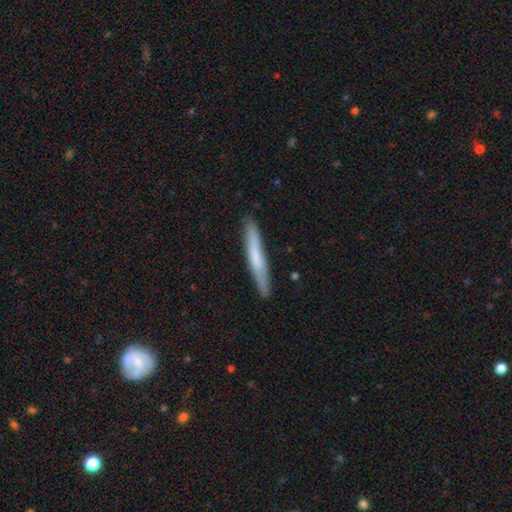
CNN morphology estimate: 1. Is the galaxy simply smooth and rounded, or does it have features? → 58% smooth, 36% featured or disk, 6% star or artifact.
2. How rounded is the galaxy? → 96% cigar-shaped, 3% in between, 1% round.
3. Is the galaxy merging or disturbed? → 87% none, 10% minor disturbance, 2% major disturbance, 1% merger.